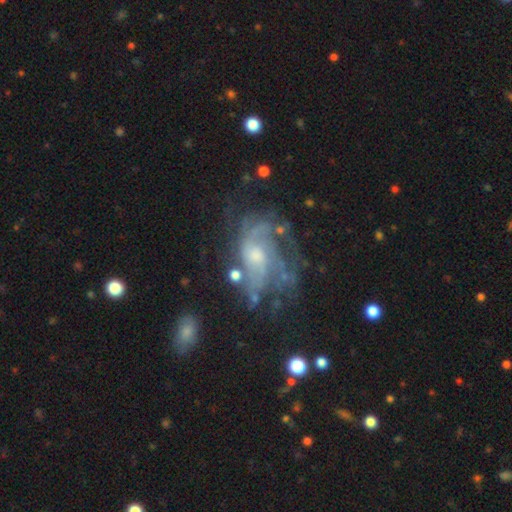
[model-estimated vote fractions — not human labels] Smooth or featured? featured or disk (80%)
Edge-on disk? no (96%)
Bar? no (65%)
Spiral arms? yes (85%)
Spiral winding? medium (43%)
Spiral arm count? can't tell (39%)
Bulge size? moderate (47%)
Merging? none (52%)